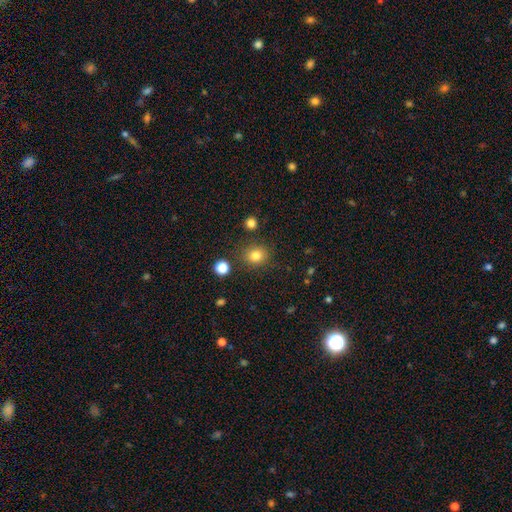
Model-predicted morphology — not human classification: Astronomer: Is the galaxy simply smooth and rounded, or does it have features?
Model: smooth — 82%.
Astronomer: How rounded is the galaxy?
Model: round — 80%.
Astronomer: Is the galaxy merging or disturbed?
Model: none — 85%.